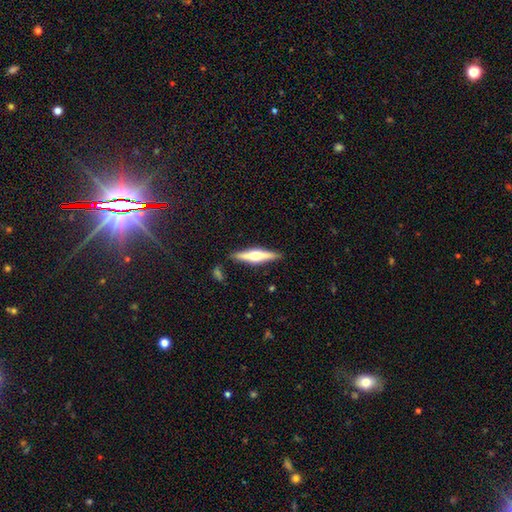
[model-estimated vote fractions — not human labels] Morphology: type=featured or disk (66%); edge-on=yes (97%); edge-on bulge=rounded (92%); merging=none (87%).